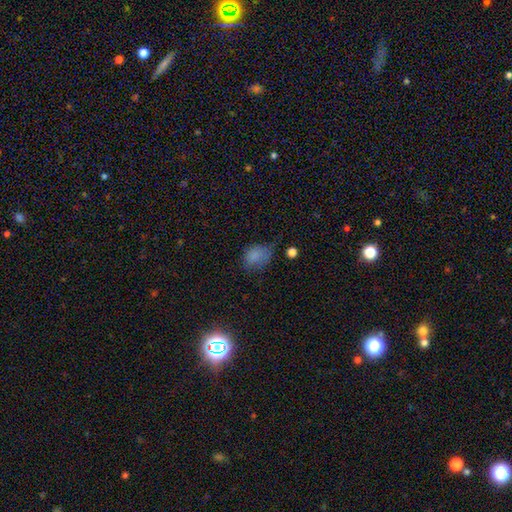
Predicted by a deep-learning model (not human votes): Smooth or featured? Predicted: smooth (p=0.80). How rounded? Predicted: in between (p=0.71). Merging? Predicted: none (p=0.42).